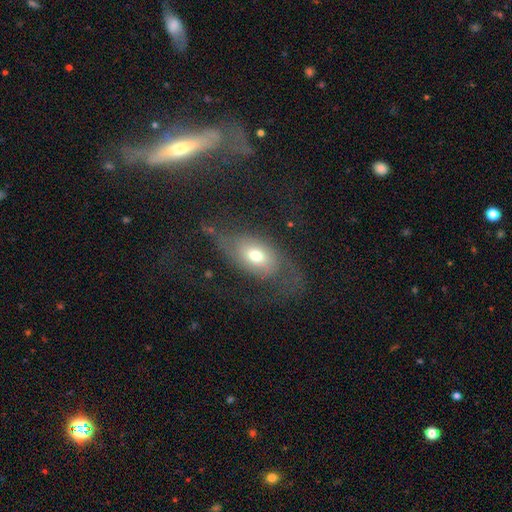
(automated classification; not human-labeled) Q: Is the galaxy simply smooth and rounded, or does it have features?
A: smooth — 45%, tied with featured or disk.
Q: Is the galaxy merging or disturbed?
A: none — 46%.